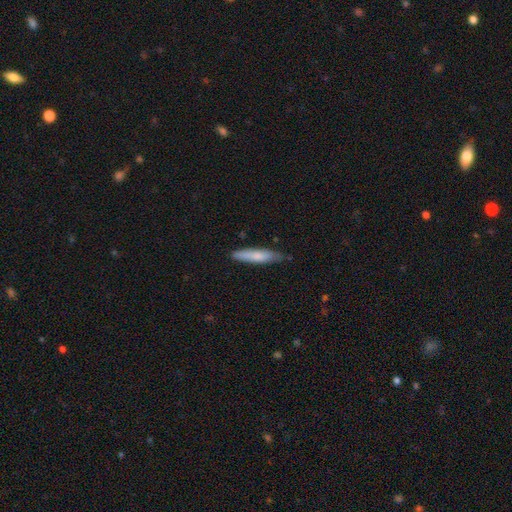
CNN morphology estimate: Smooth or featured: smooth — 73% (featured or disk — 22%)
How rounded: cigar-shaped — 87% (in between — 11%)
Merging: none — 76% (minor disturbance — 20%)